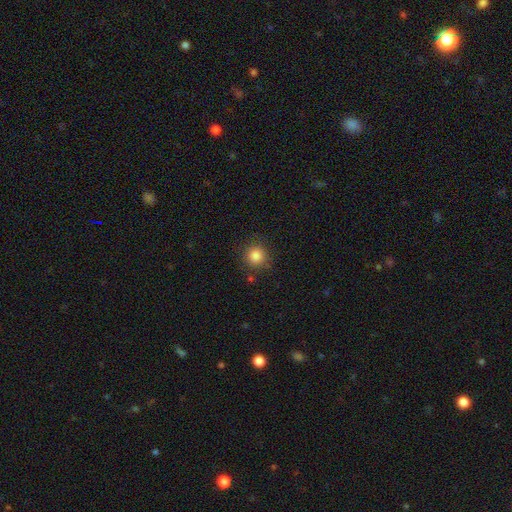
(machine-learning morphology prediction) This appears to be a smooth galaxy with no disk features (85%) that is round (93%). Merging: none (87%).